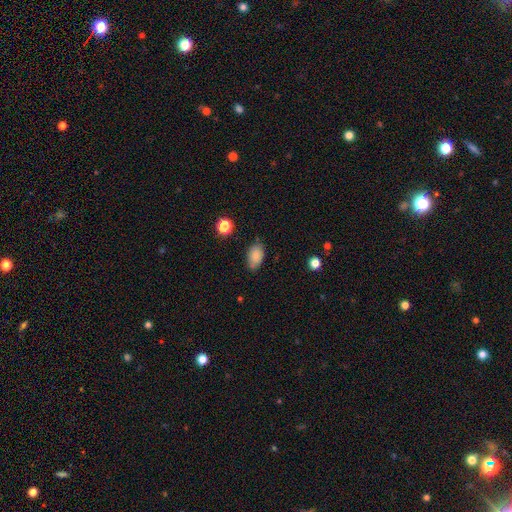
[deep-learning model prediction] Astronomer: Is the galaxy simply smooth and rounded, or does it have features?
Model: smooth — 84%.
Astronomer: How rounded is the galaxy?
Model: in between — 89%.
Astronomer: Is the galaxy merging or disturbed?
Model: none — 75%.